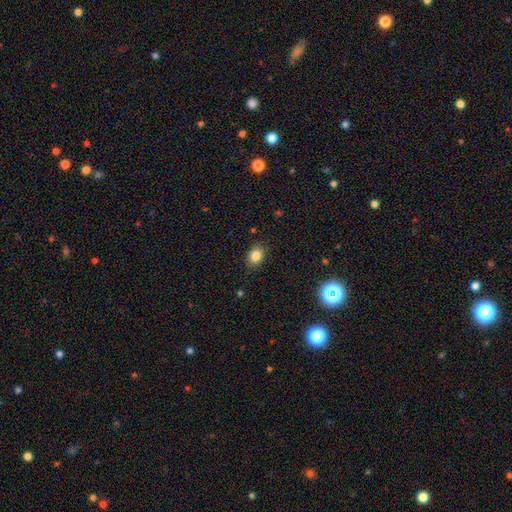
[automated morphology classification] Q: Smooth or featured?
A: smooth (83%); runner-up: star or artifact (11%)
Q: How rounded?
A: in between (64%); runner-up: round (35%)
Q: Merging?
A: none (86%); runner-up: minor disturbance (11%)